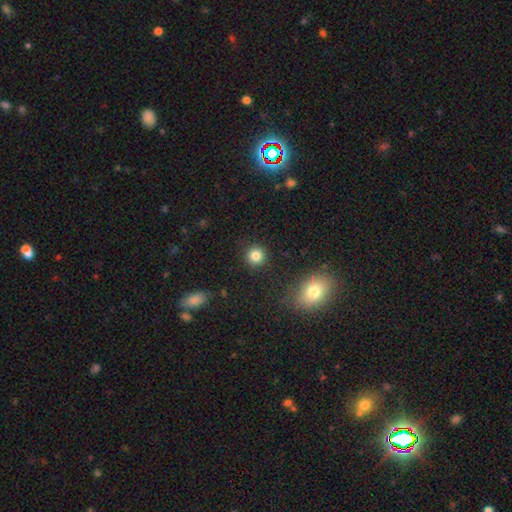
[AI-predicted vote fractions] Smooth or featured: smooth — 83% (star or artifact — 12%)
How rounded: round — 93% (in between — 6%)
Merging: none — 91% (minor disturbance — 5%)